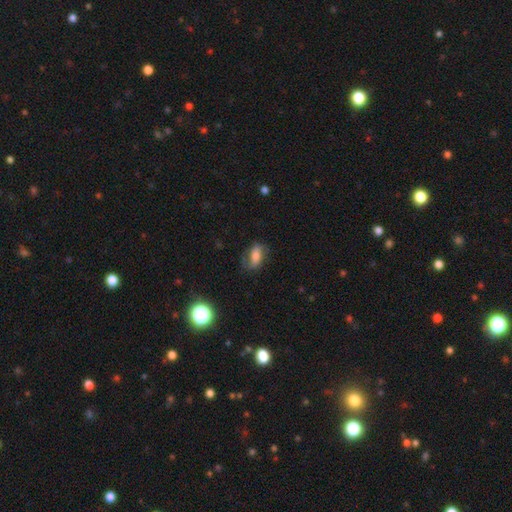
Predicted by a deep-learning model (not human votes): Morphology: type=smooth (60%); roundness=in between (83%); merging=none (61%).